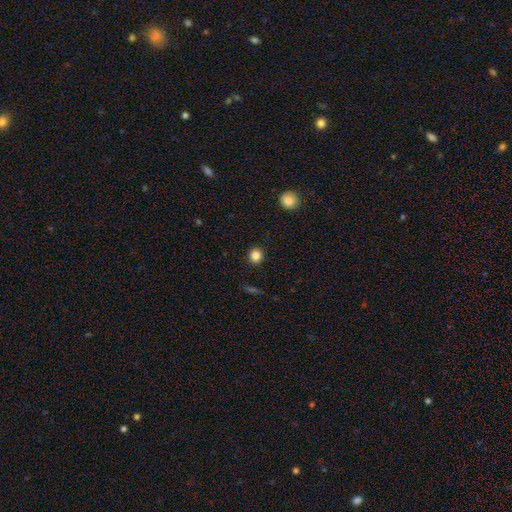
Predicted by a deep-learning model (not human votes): Smooth or featured? smooth (84%)
How rounded? round (88%)
Merging? none (92%)